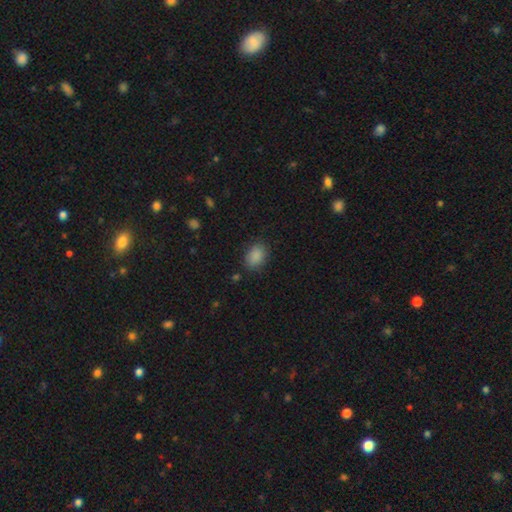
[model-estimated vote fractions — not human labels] This is clearly a smooth galaxy (88%). How rounded: likely in between (78%). Merging: clearly none (82%).